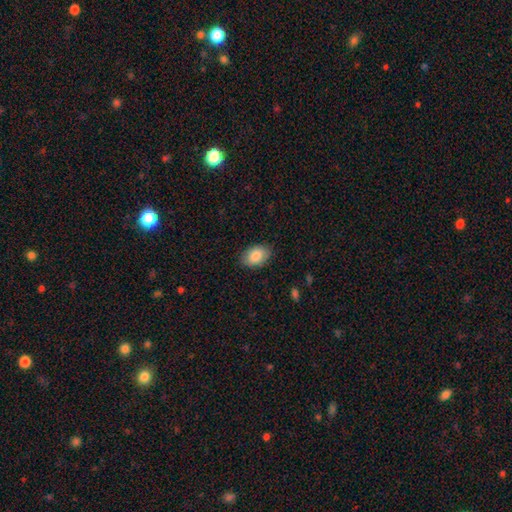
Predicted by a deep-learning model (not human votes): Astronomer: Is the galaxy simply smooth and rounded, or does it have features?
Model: smooth — 86%.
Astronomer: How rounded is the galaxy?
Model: in between — 89%.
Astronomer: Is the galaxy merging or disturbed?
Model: none — 87%.